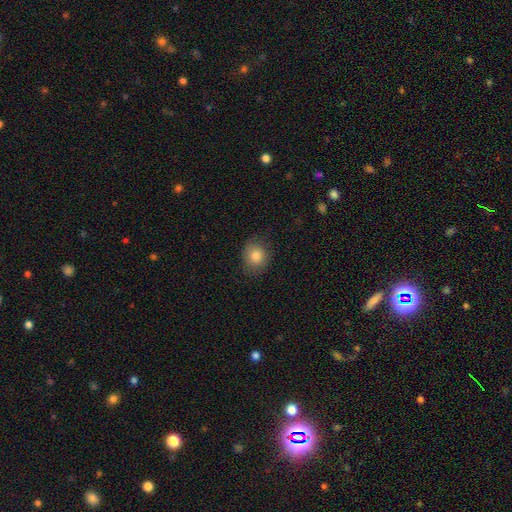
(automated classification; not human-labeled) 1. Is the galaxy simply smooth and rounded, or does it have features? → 82% smooth, 9% star or artifact, 9% featured or disk.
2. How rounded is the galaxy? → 68% round, 32% in between, 1% cigar-shaped.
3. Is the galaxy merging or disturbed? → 79% none, 16% minor disturbance, 4% major disturbance, 1% merger.